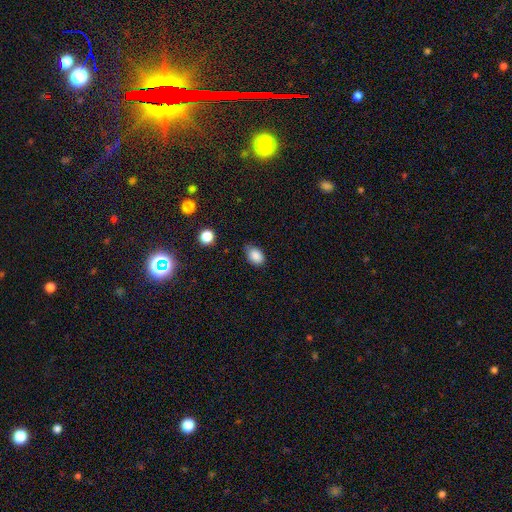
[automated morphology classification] A smooth galaxy with no disk features (87%) that is in between round and cigar-shaped (80%). Merging: none (66%).